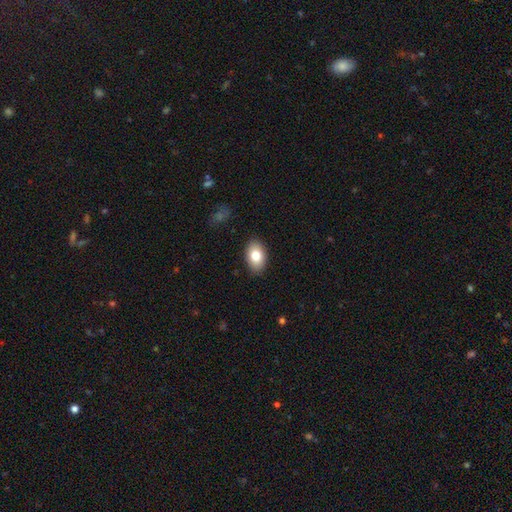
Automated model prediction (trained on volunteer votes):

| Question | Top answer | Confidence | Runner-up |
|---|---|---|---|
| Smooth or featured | smooth | 78% | featured or disk (14%) |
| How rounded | in between | 89% | round (10%) |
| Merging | none | 88% | minor disturbance (9%) |